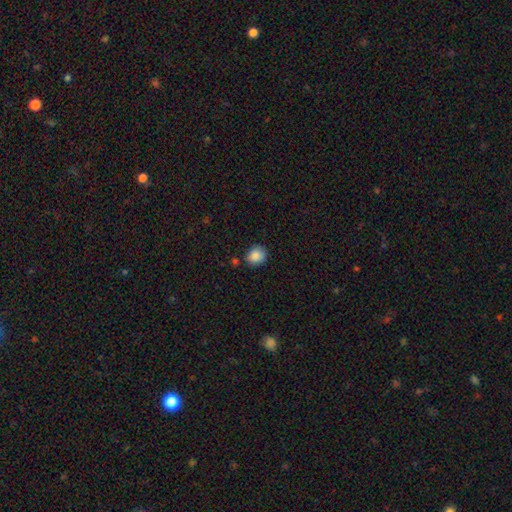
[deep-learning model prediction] smooth-or-featured: smooth: 87% | star or artifact: 9% | featured or disk: 4%
  how-rounded: round: 75% | in between: 24% | cigar-shaped: 1%
  merging: none: 76% | minor disturbance: 16% | merger: 4% | major disturbance: 3%